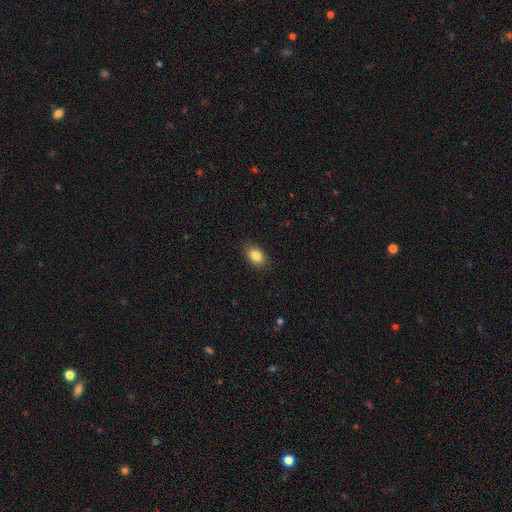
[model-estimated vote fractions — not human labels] This is clearly a smooth galaxy (86%). How rounded: clearly in between (86%). Merging: clearly none (88%).